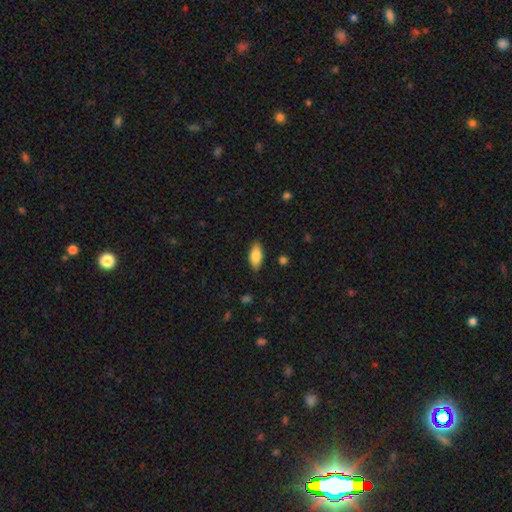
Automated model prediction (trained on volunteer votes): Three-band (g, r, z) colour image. It shows a smooth galaxy with no disk features (84%) that is in between round and cigar-shaped (88%). Merging: none (85%).